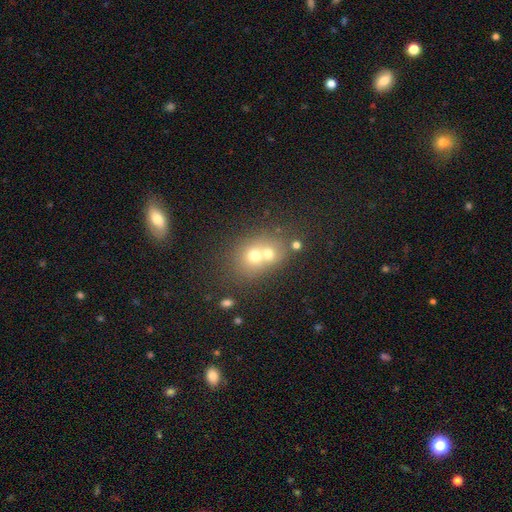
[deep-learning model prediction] This is likely a smooth galaxy (62%). How rounded: likely round (66%). Merging: likely merger (61%).